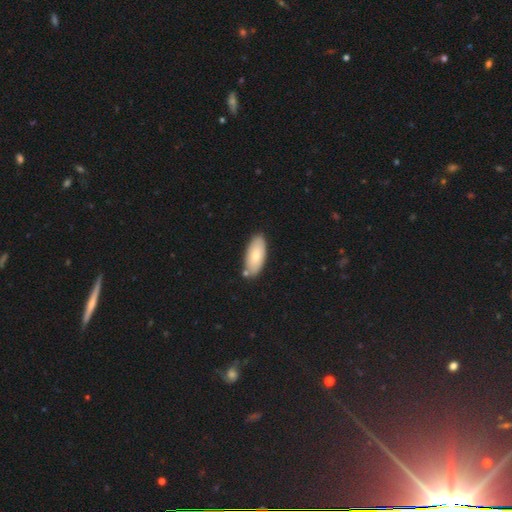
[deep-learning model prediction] A smooth galaxy with no disk features (77%) that is in between round and cigar-shaped (90%). Merging: none (78%).